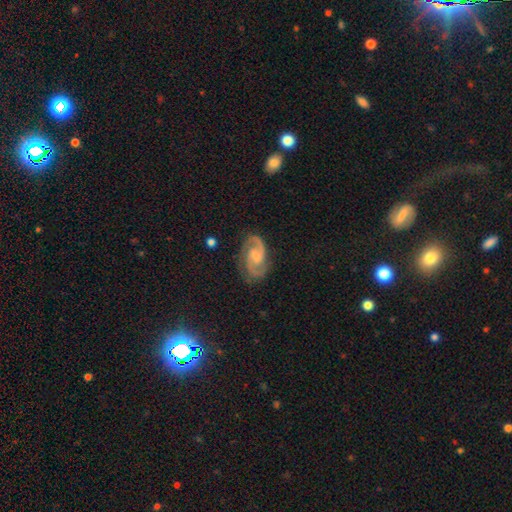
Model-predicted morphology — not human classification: type=featured or disk (90%); edge-on=no (98%); bar=no (47%); spiral arms=yes (98%); winding=medium (57%); arm count=2 (92%); bulge=small (43%); merging=none (81%).